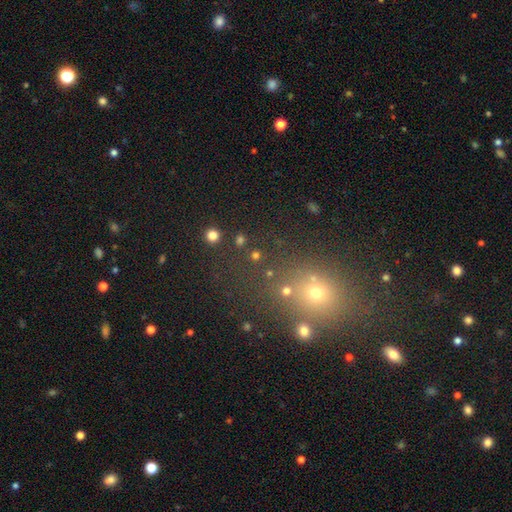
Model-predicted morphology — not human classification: Smooth or featured? smooth (54%)
How rounded? round (83%)
Merging? none (77%)